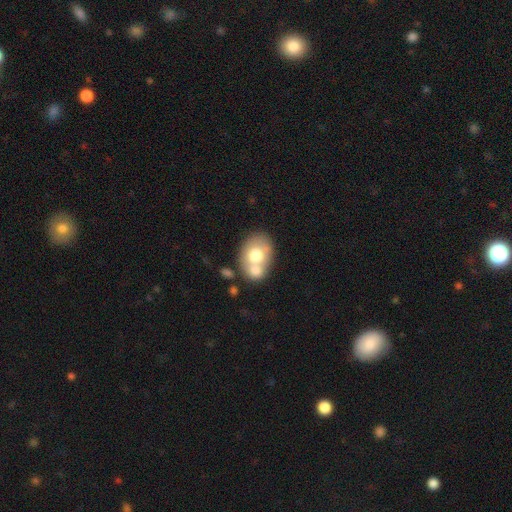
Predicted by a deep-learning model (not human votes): smooth 66%, featured or disk 27%, star or artifact 7%. Down the decision tree: how rounded — in between (67%); merging — merger (44%).